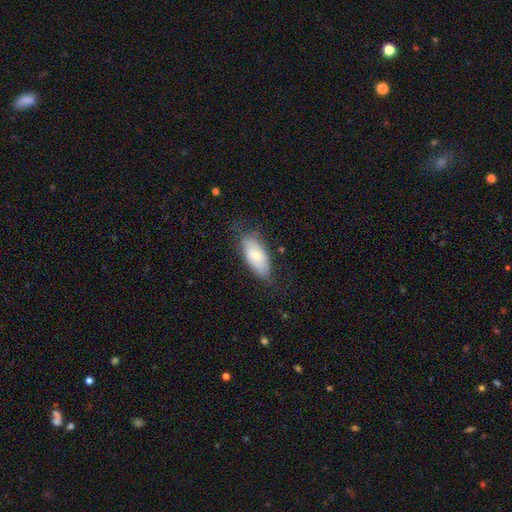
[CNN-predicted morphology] Smooth or featured? smooth (69%)
How rounded? in between (88%)
Merging? none (69%)